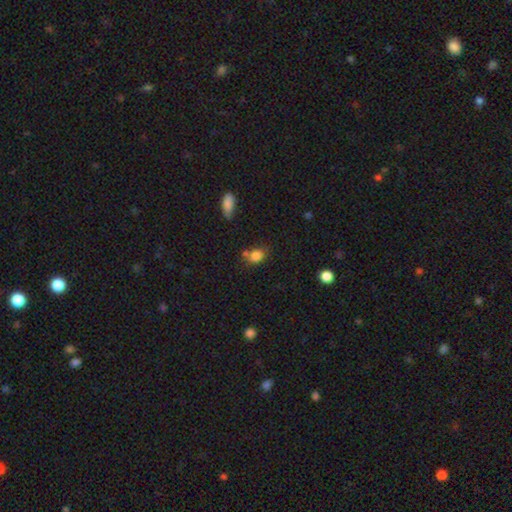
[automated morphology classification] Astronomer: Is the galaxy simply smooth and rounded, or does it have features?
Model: smooth — 81%.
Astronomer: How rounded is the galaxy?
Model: round — 49%, tied with in between at 49%.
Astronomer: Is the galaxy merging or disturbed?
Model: none — 58%.